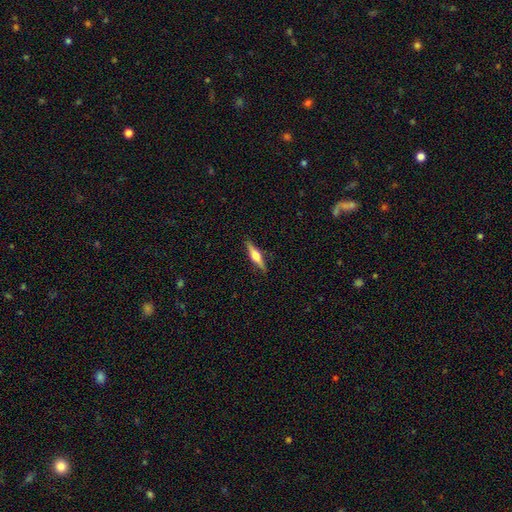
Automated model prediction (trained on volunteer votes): A featured or disk galaxy (65%) viewed edge-on (97%) with a rounded central bulge (92%).

Vote fractions:
- Smooth or featured? featured or disk: 65% / smooth: 29% / star or artifact: 6%
- Edge-on disk? yes: 97% / no: 3%
- Edge-on bulge? rounded: 92% / boxy: 6% / none: 2%
- Merging? none: 89% / minor disturbance: 8% / major disturbance: 2% / merger: 1%